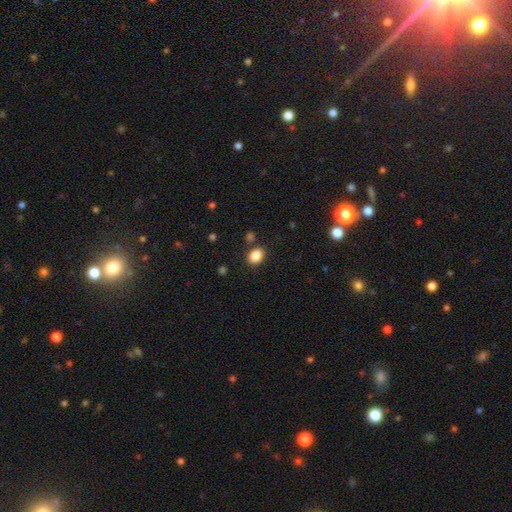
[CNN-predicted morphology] A smooth galaxy with no disk features (86%) that is in between round and cigar-shaped (66%). Merging: none (81%).